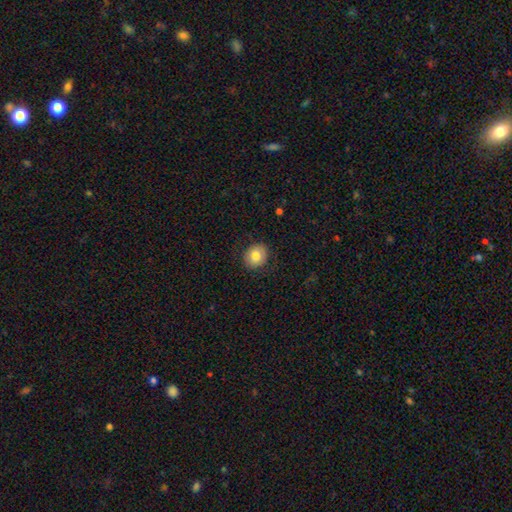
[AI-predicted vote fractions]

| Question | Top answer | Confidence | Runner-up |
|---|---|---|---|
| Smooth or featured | smooth | 80% | featured or disk (12%) |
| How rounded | round | 75% | in between (24%) |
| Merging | none | 86% | minor disturbance (10%) |